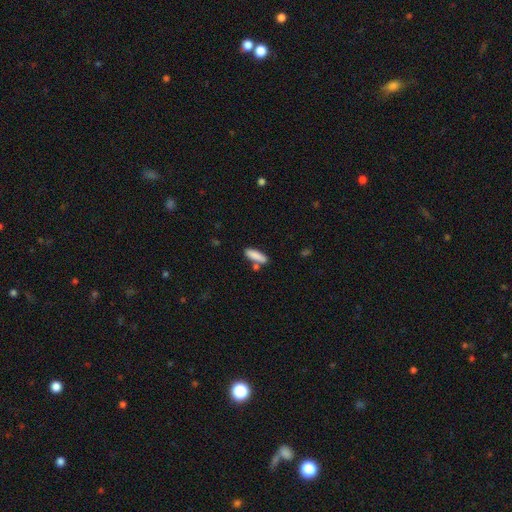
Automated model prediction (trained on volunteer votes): smooth 86%, featured or disk 7%, star or artifact 7%. Down the decision tree: how rounded — cigar-shaped (50%); merging — none (72%).